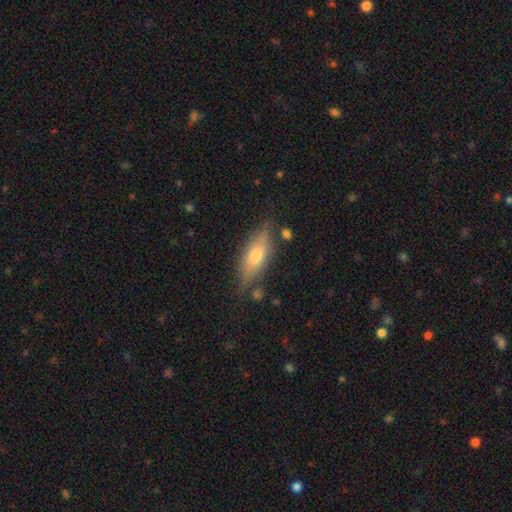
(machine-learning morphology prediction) Overall: smooth (50%; featured or disk 42%). How rounded: in between (61%; cigar-shaped 36%). Merging: none (75%).